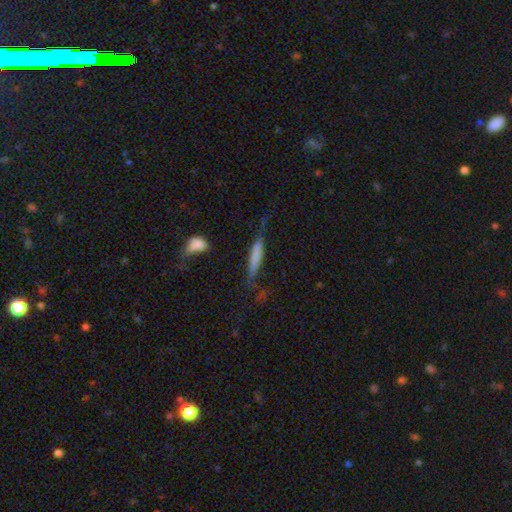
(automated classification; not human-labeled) Smooth or featured? smooth (62%)
How rounded? cigar-shaped (88%)
Merging? none (54%)